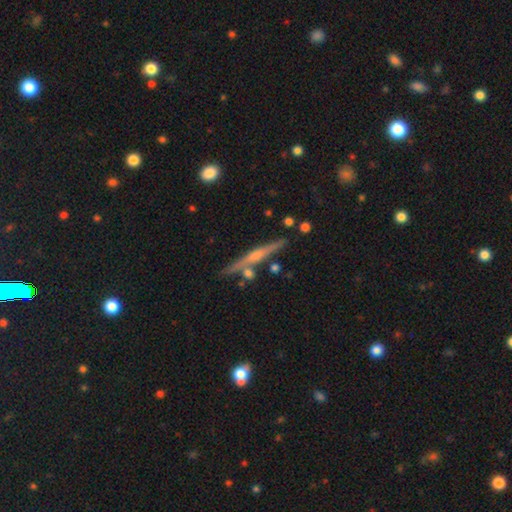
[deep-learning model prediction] Q: Smooth or featured?
A: featured or disk (70%); runner-up: smooth (23%)
Q: Edge-on disk?
A: yes (97%); runner-up: no (3%)
Q: Edge-on bulge?
A: rounded (71%); runner-up: none (21%)
Q: Merging?
A: none (82%); runner-up: minor disturbance (10%)